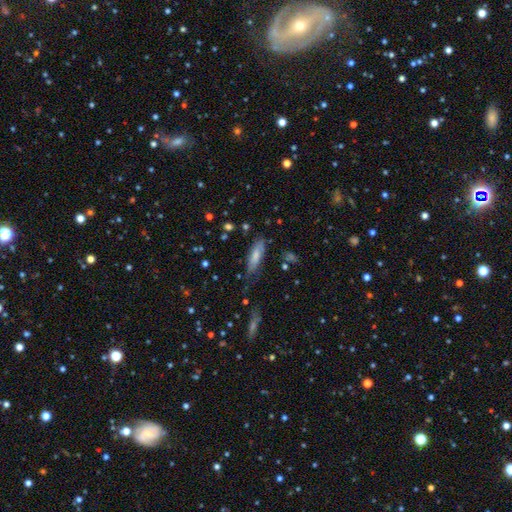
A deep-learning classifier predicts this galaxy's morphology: A smooth galaxy with no disk features (65%) that is in between round and cigar-shaped (52%). Merging: none (65%).